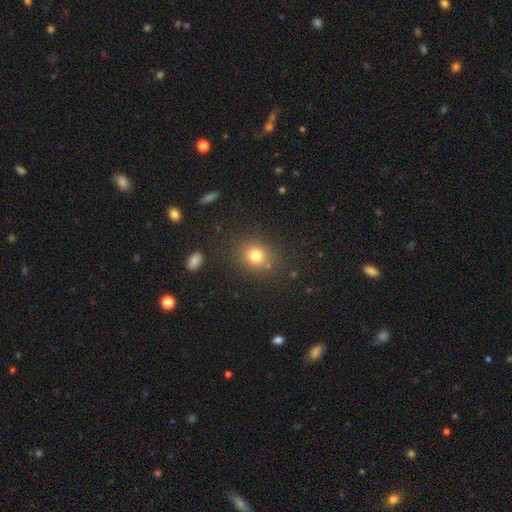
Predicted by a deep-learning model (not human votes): The model was most divided on "how rounded": round: 71%, in between: 28%, cigar-shaped: 1%. More confident: merging — none (81%); smooth or featured — smooth (80%).